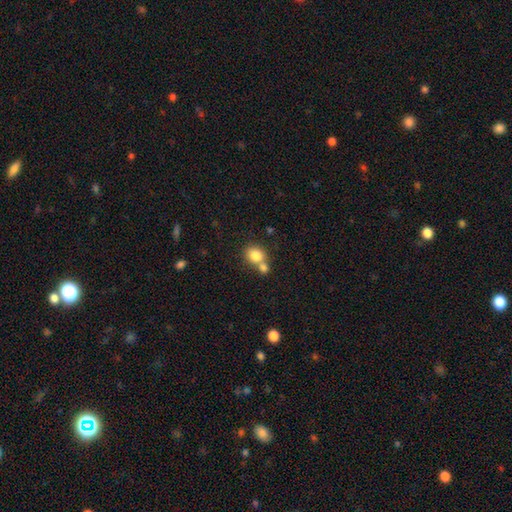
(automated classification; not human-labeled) Smooth or featured? smooth (82%)
How rounded? round (73%)
Merging? none (45%)